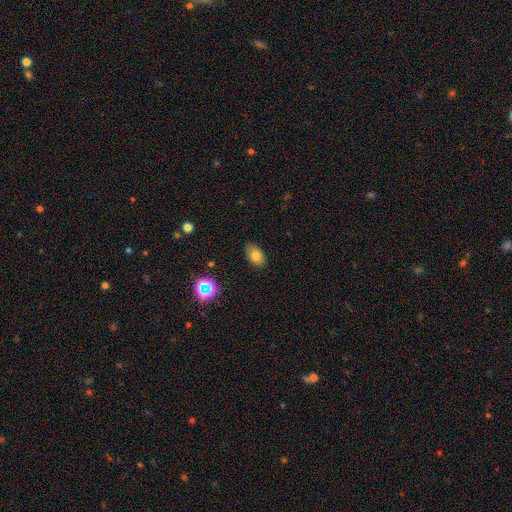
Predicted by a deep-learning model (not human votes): A smooth galaxy with no disk features (78%) that is in between round and cigar-shaped (87%).

Vote fractions:
- Smooth or featured? smooth: 78% / star or artifact: 13% / featured or disk: 10%
- How rounded? in between: 87% / round: 12% / cigar-shaped: 1%
- Merging? none: 83% / minor disturbance: 13% / major disturbance: 3% / merger: 1%